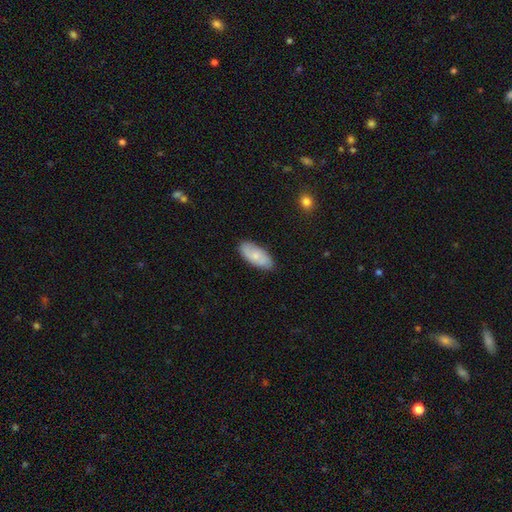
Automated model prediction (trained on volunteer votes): This is likely a smooth galaxy (70%). How rounded: clearly in between (88%). Merging: clearly none (82%).